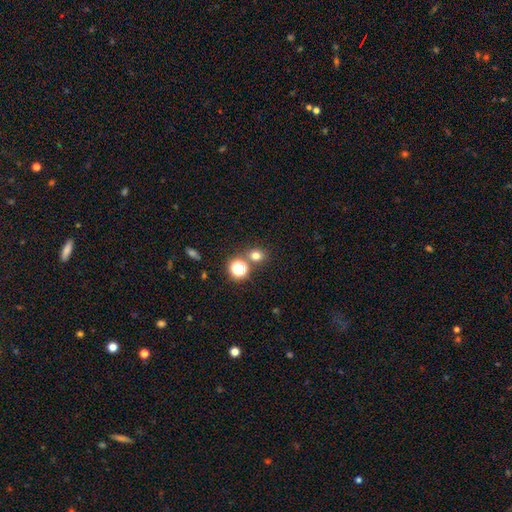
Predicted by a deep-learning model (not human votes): smooth 71%, star or artifact 23%, featured or disk 6%. Down the decision tree: how rounded — round (78%); merging — none (77%).